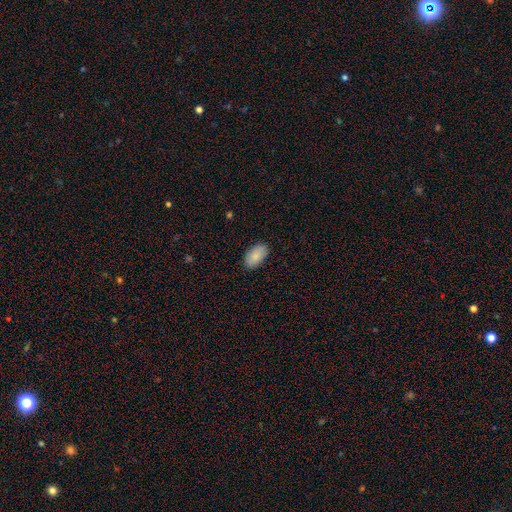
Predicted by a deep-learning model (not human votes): A smooth galaxy with no disk features (88%) that is in between round and cigar-shaped (95%). Merging: none (87%).